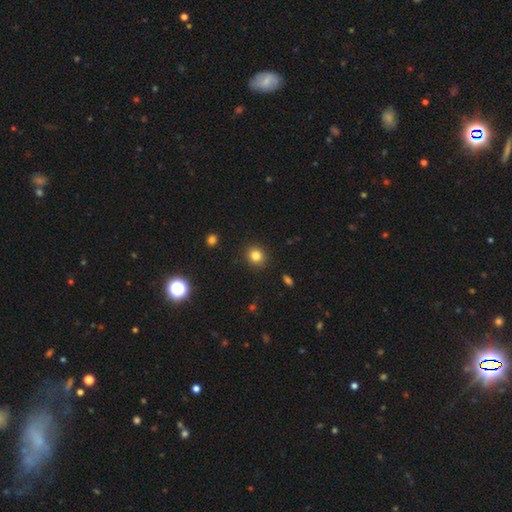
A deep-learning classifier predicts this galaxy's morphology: A smooth galaxy with no disk features (83%) that is round (83%).

Vote fractions:
- Smooth or featured? smooth: 83% / star or artifact: 12% / featured or disk: 5%
- How rounded? round: 83% / in between: 16% / cigar-shaped: 1%
- Merging? none: 90% / minor disturbance: 7% / major disturbance: 2% / merger: 1%